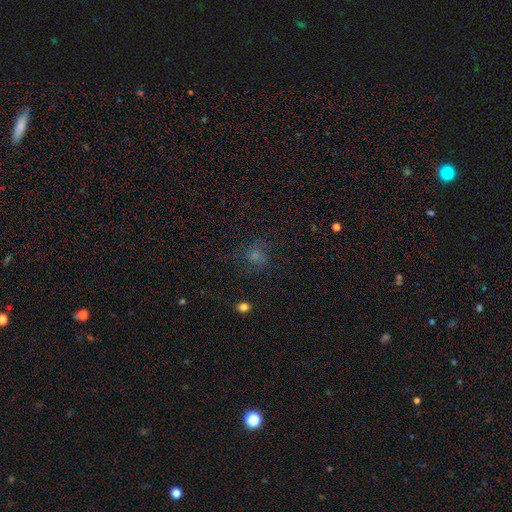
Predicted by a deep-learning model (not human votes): The model was most divided on "smooth or featured": smooth: 55%, star or artifact: 25%, featured or disk: 20%. More confident: how rounded — round (73%); merging — none (60%).